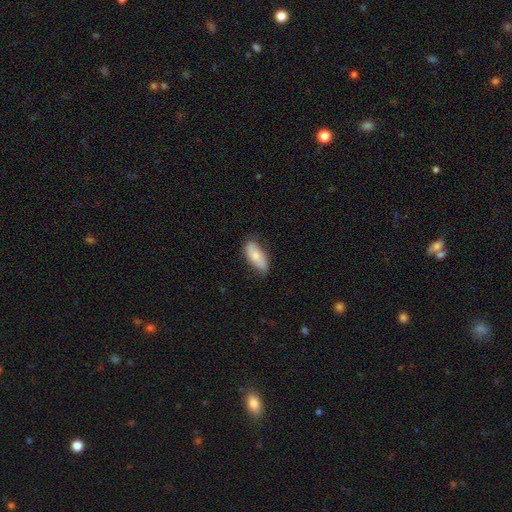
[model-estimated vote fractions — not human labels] A smooth galaxy with no disk features (75%) that is in between round and cigar-shaped (82%). Merging: none (72%).